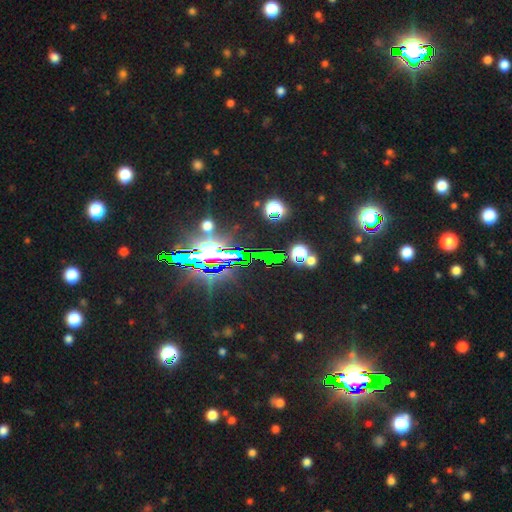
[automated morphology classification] Smooth or featured? Predicted: star or artifact (p=0.82).